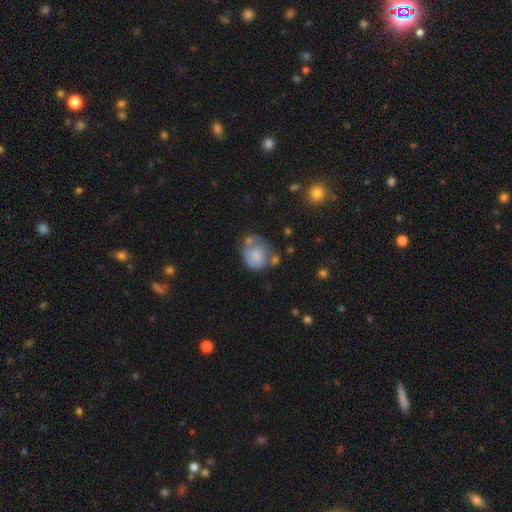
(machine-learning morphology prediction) This appears to be a smooth galaxy with no disk features (65%) that is round (69%). Merging: none (41%).